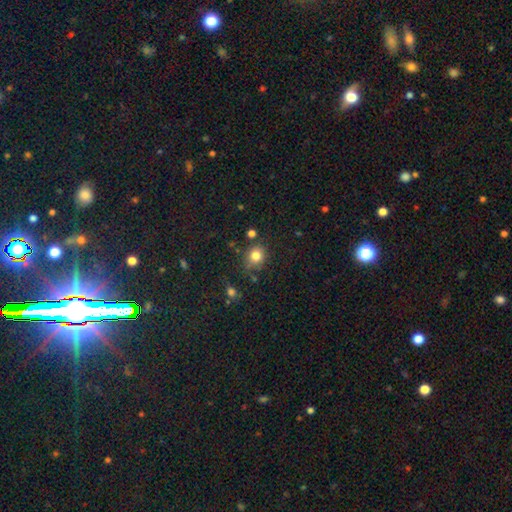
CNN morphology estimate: Q: Smooth or featured?
A: smooth (80%); runner-up: star or artifact (13%)
Q: How rounded?
A: round (77%); runner-up: in between (23%)
Q: Merging?
A: none (74%); runner-up: minor disturbance (15%)